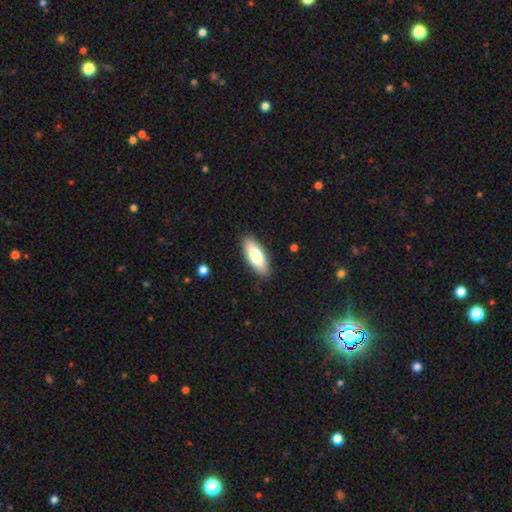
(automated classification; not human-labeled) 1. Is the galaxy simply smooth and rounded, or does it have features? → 80% smooth, 15% featured or disk, 6% star or artifact.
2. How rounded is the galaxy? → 70% in between, 28% cigar-shaped, 2% round.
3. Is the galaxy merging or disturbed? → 89% none, 8% minor disturbance, 2% major disturbance, 1% merger.